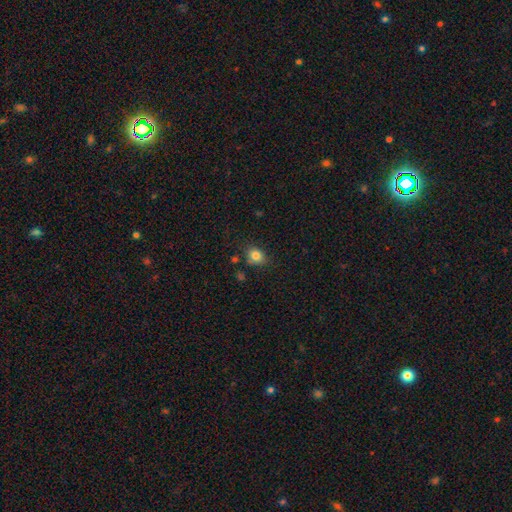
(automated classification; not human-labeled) This appears to be a smooth galaxy with no disk features (82%) that is round (53%). Merging: none (76%).